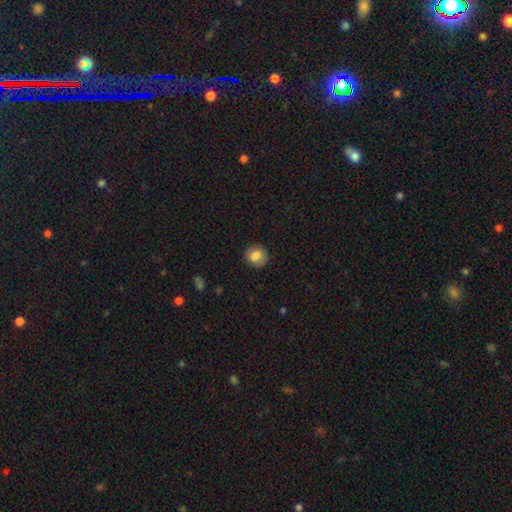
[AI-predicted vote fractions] The model was most divided on "smooth or featured": smooth: 79%, featured or disk: 13%, star or artifact: 8%. More confident: merging — none (87%); how rounded — round (84%).